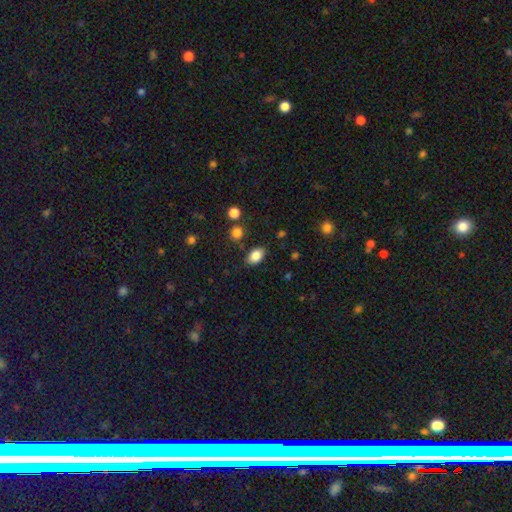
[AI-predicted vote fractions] Q: Smooth or featured?
A: smooth (84%); runner-up: star or artifact (9%)
Q: How rounded?
A: in between (86%); runner-up: round (13%)
Q: Merging?
A: none (82%); runner-up: minor disturbance (12%)